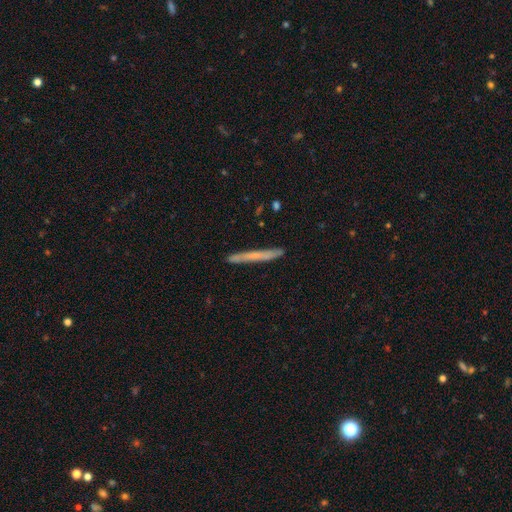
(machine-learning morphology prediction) Q: Smooth or featured?
A: smooth (56%); runner-up: featured or disk (37%)
Q: How rounded?
A: cigar-shaped (97%); runner-up: in between (2%)
Q: Merging?
A: none (90%); runner-up: minor disturbance (8%)